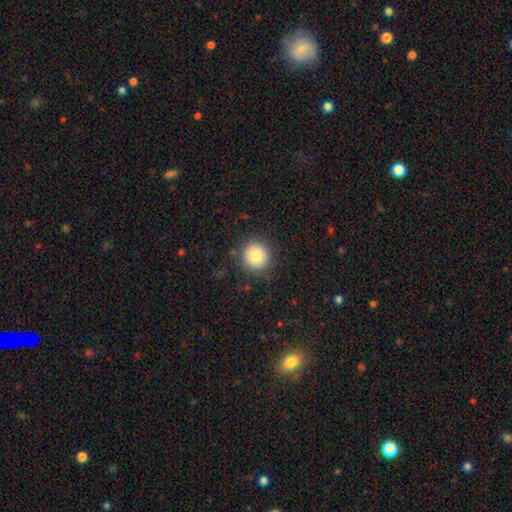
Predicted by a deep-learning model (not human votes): Morphology: type=smooth (79%); roundness=round (95%); merging=none (87%).